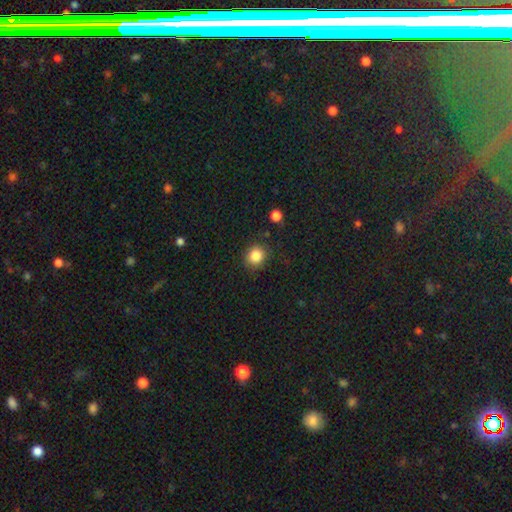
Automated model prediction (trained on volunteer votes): A smooth galaxy with no disk features (85%) that is round (83%). Merging: none (86%).